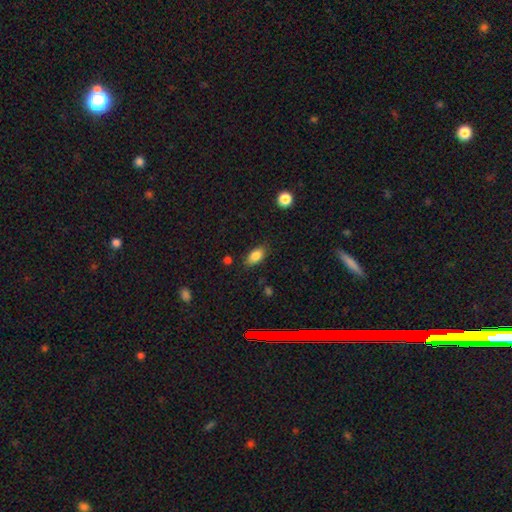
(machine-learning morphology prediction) The model was most divided on "merging": none: 82%, minor disturbance: 13%, major disturbance: 3%, merger: 2%. More confident: how rounded — in between (89%); smooth or featured — smooth (83%).